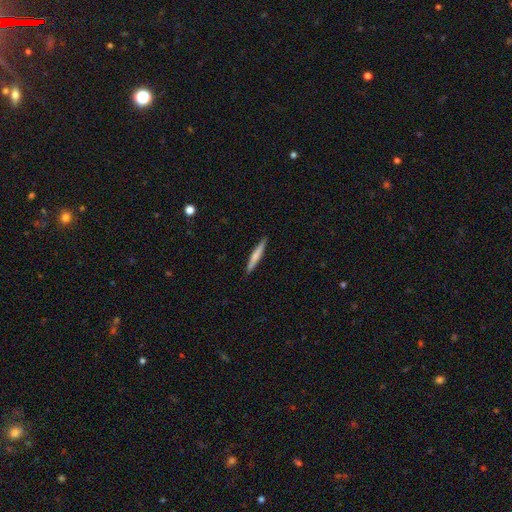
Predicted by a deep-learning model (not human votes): A smooth galaxy with no disk features (67%) that is cigar-shaped (95%). Merging: none (91%).